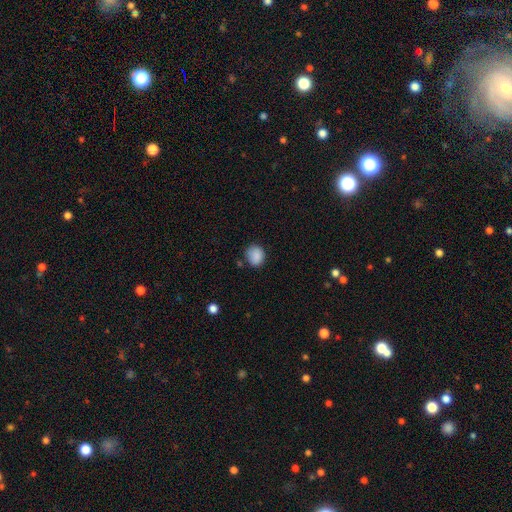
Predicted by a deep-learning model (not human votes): This is clearly a smooth galaxy (86%). How rounded: likely round (71%). Merging: likely none (75%).